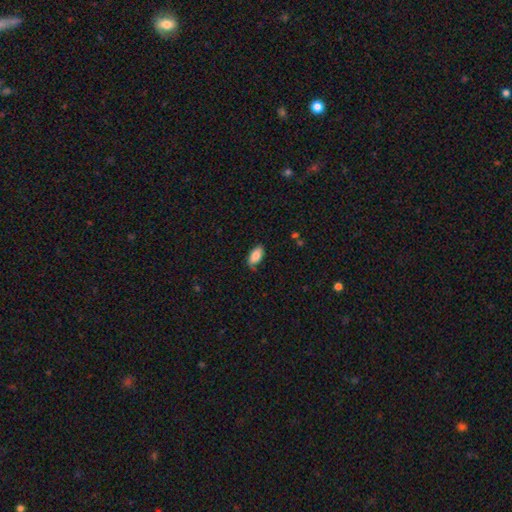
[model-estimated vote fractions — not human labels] Morphology: type=smooth (83%); roundness=in between (93%); merging=none (70%).